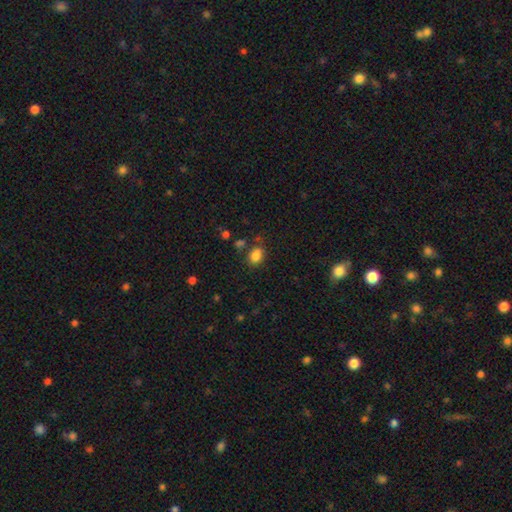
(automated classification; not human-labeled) Overall: smooth (83%). How rounded: in between (64%; round 35%). Merging: none (74%).